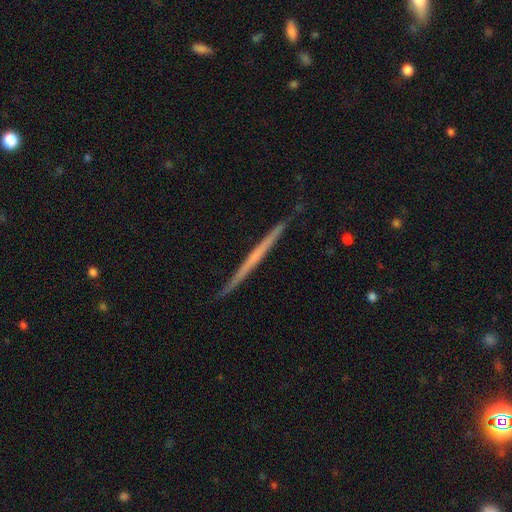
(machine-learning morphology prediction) Smooth or featured? featured or disk (66%)
Edge-on disk? yes (98%)
Edge-on bulge? none (84%)
Merging? none (90%)